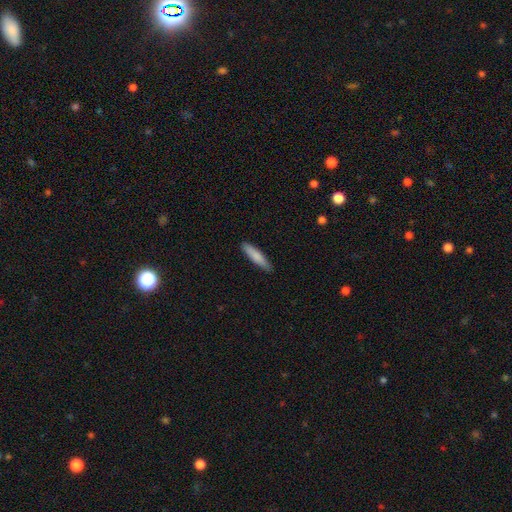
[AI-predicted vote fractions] A smooth galaxy with no disk features (83%) that is cigar-shaped (82%). Merging: none (87%).